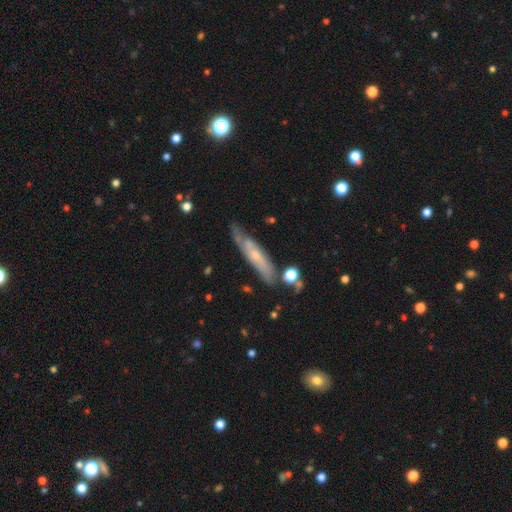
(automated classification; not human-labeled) This is likely a featured or disk galaxy (61%). It is possibly viewed edge-on (52%). Merging: likely none (64%).